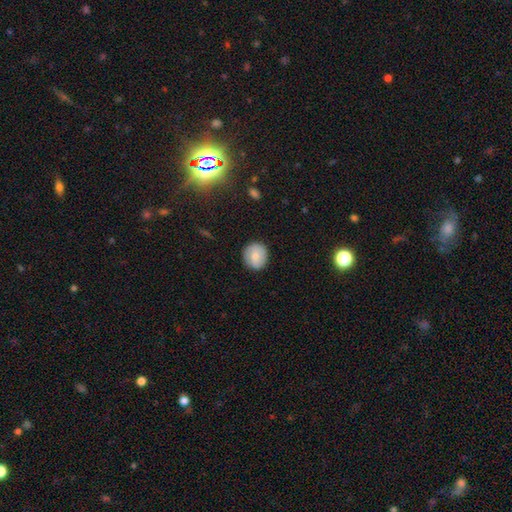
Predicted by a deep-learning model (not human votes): Q: Smooth or featured?
A: smooth (72%); runner-up: featured or disk (21%)
Q: How rounded?
A: round (84%); runner-up: in between (15%)
Q: Merging?
A: none (84%); runner-up: minor disturbance (12%)